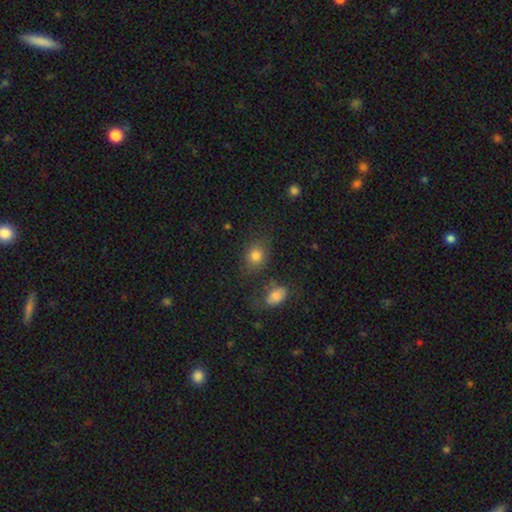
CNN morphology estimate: smooth 79%, star or artifact 12%, featured or disk 9%. Down the decision tree: how rounded — round (50%); merging — none (71%).